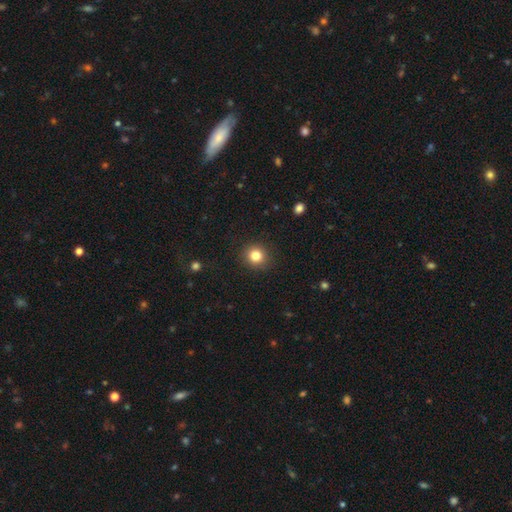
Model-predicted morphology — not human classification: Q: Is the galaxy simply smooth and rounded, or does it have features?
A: smooth — 83%.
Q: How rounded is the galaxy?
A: round — 91%.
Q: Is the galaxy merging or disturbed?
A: none — 90%.